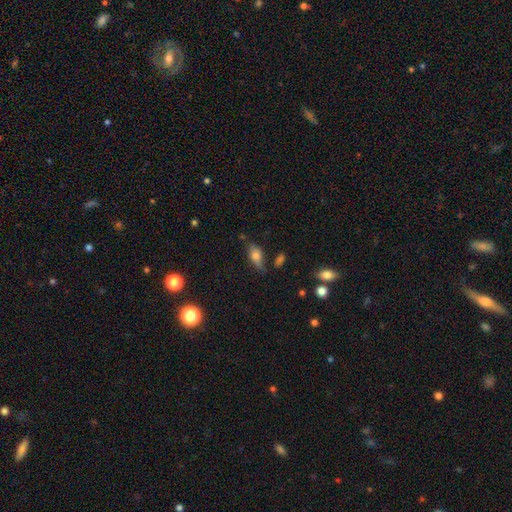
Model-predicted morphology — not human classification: A smooth galaxy with no disk features (68%) that is in between round and cigar-shaped (81%).

Vote fractions:
- Smooth or featured? smooth: 68% / featured or disk: 23% / star or artifact: 10%
- How rounded? in between: 81% / cigar-shaped: 14% / round: 5%
- Merging? none: 63% / minor disturbance: 26% / major disturbance: 7% / merger: 5%